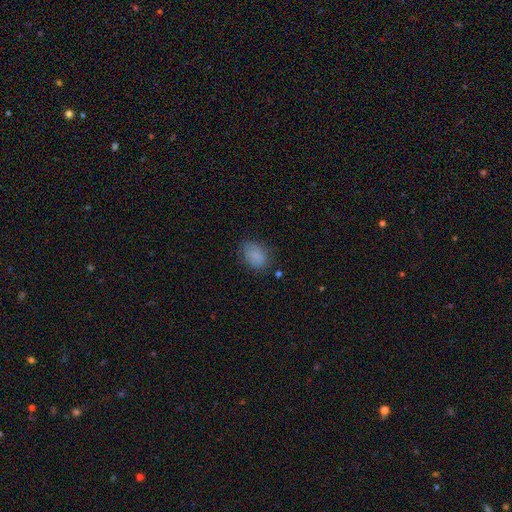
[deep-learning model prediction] Q: Smooth or featured?
A: smooth (84%); runner-up: star or artifact (9%)
Q: How rounded?
A: in between (78%); runner-up: round (20%)
Q: Merging?
A: none (73%); runner-up: minor disturbance (19%)